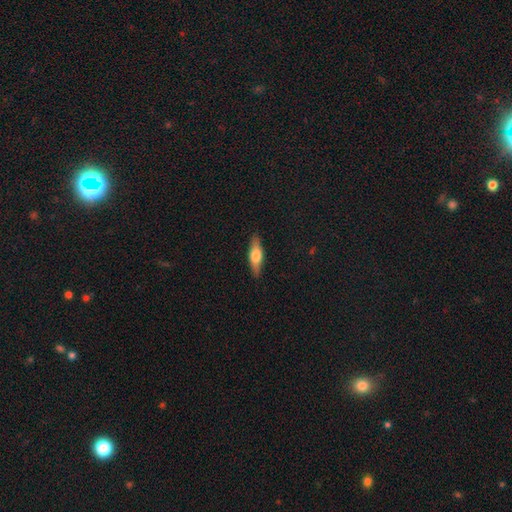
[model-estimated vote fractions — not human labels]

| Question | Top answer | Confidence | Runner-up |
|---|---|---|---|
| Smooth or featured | smooth | 53% | featured or disk (41%) |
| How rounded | cigar-shaped | 52% | in between (45%) |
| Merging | none | 88% | minor disturbance (9%) |